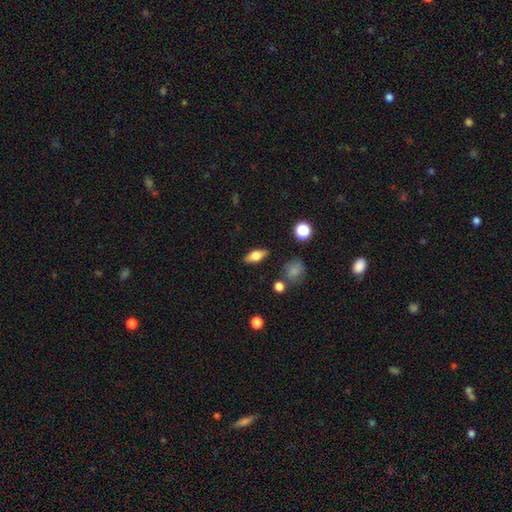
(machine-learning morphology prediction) The model was most divided on "smooth or featured": smooth: 63%, featured or disk: 28%, star or artifact: 9%. More confident: merging — none (85%); how rounded — in between (78%).